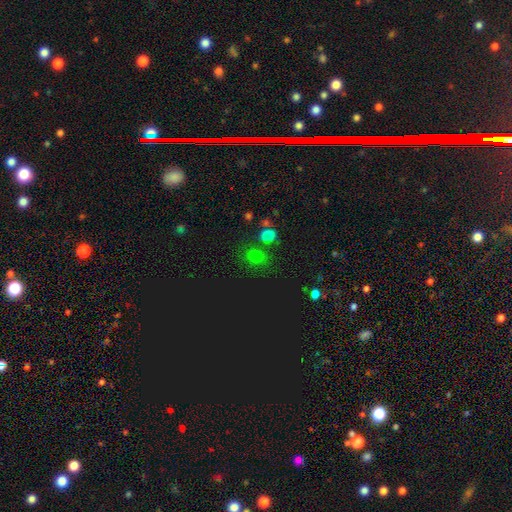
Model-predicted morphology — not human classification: The model was most divided on "how rounded": round: 68%, in between: 31%, cigar-shaped: 1%. More confident: merging — none (74%); smooth or featured — smooth (69%).